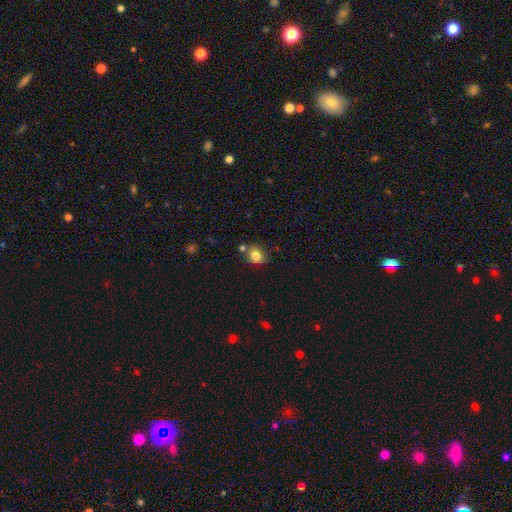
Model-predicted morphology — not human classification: A smooth galaxy with no disk features (81%) that is round (64%). Merging: none (67%).